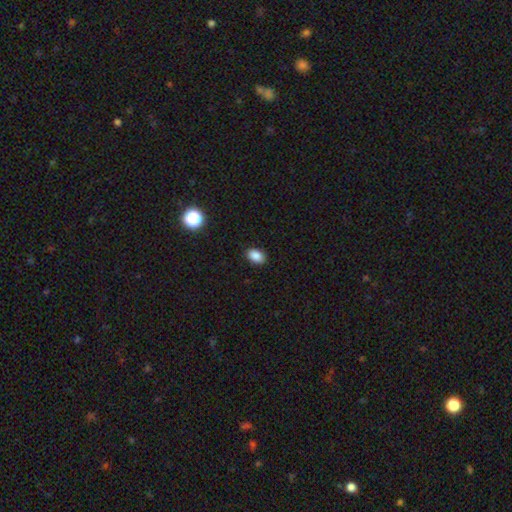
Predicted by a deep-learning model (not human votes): Overall: smooth (86%). How rounded: in between (85%). Merging: none (89%).